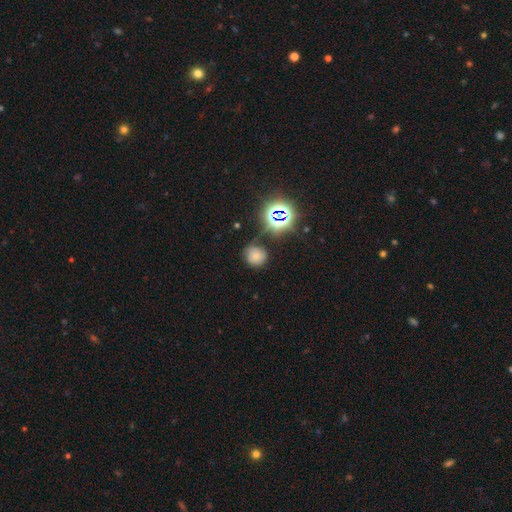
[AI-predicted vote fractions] Overall: smooth (62%; star or artifact 25%). How rounded: round (87%). Merging: none (71%).